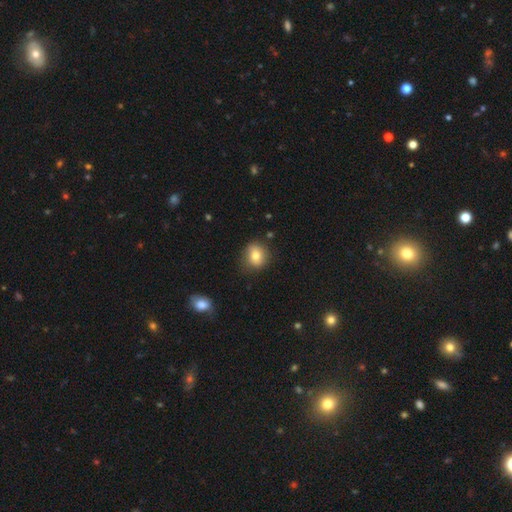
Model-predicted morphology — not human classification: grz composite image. It shows a smooth galaxy with no disk features (78%) that is round (74%). Merging: none (79%).